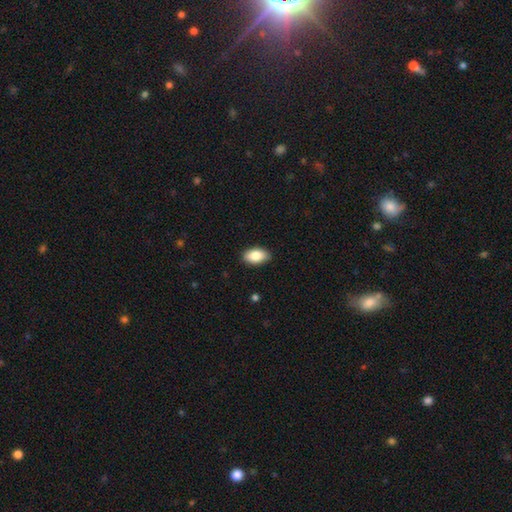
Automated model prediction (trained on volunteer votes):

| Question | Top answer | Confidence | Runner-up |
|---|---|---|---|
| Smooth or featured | smooth | 85% | featured or disk (9%) |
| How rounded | in between | 93% | round (5%) |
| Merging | none | 89% | minor disturbance (9%) |